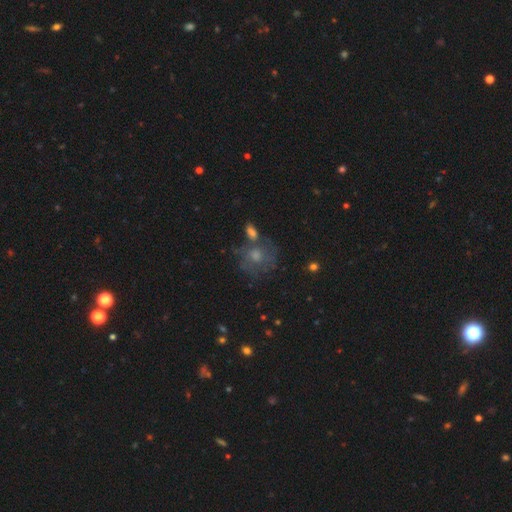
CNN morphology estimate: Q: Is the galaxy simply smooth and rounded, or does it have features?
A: smooth — 43%.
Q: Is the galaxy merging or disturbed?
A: none — 55%.